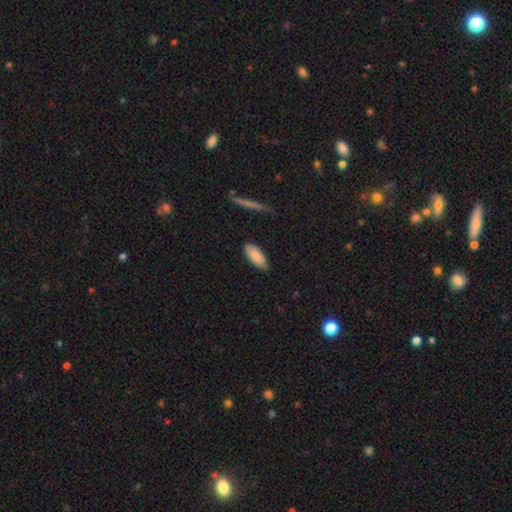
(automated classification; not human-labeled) A smooth galaxy with no disk features (87%) that is in between round and cigar-shaped (82%).

Vote fractions:
- Smooth or featured? smooth: 87% / featured or disk: 7% / star or artifact: 6%
- How rounded? in between: 82% / cigar-shaped: 16% / round: 2%
- Merging? none: 79% / minor disturbance: 17% / major disturbance: 3% / merger: 2%